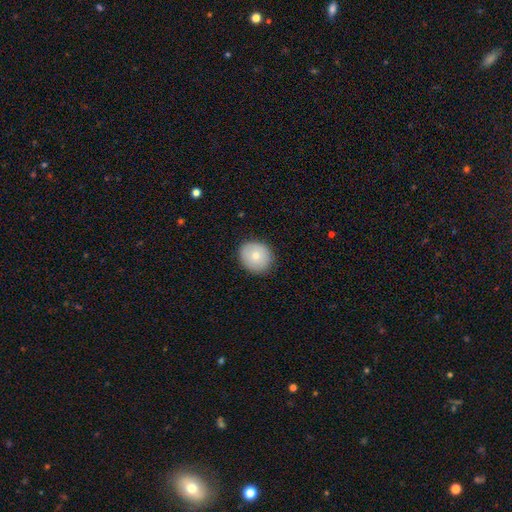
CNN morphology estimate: A smooth galaxy with no disk features (77%) that is round (81%).

Vote fractions:
- Smooth or featured? smooth: 77% / featured or disk: 15% / star or artifact: 8%
- How rounded? round: 81% / in between: 18% / cigar-shaped: 1%
- Merging? none: 87% / minor disturbance: 10% / major disturbance: 2% / merger: 1%